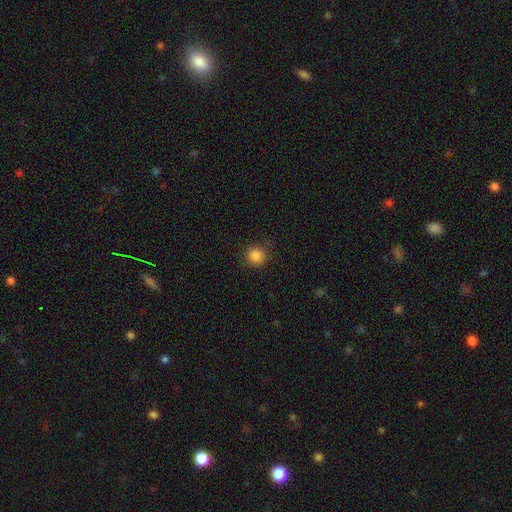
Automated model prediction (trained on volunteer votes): Q: Smooth or featured?
A: smooth (85%); runner-up: star or artifact (12%)
Q: How rounded?
A: round (92%); runner-up: in between (7%)
Q: Merging?
A: none (87%); runner-up: minor disturbance (9%)